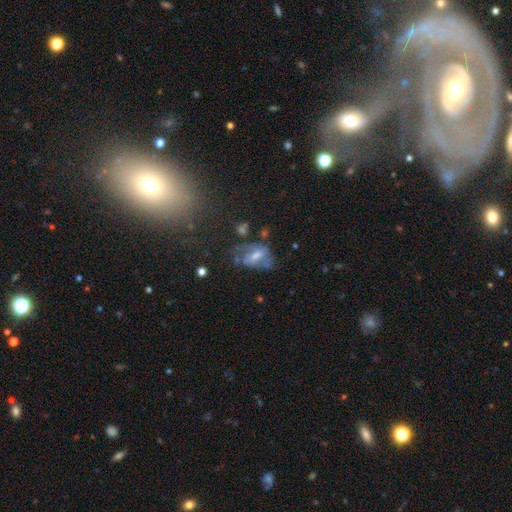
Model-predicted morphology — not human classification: Smooth or featured: featured or disk — 53% (smooth — 34%)
Edge-on disk: no — 93% (yes — 7%)
Merging: none — 39% (major disturbance — 27%)